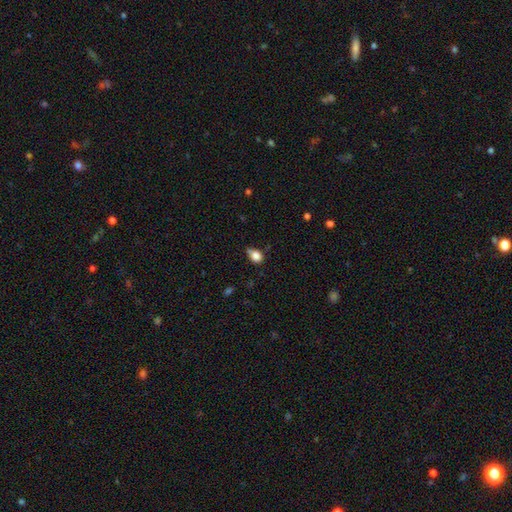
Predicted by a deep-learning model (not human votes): Q: Smooth or featured?
A: smooth (83%); runner-up: star or artifact (10%)
Q: How rounded?
A: in between (60%); runner-up: round (38%)
Q: Merging?
A: none (48%); runner-up: minor disturbance (40%)